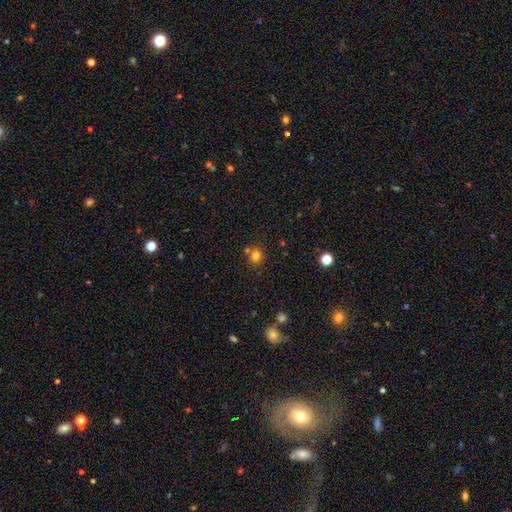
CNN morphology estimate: The model was most divided on "merging": none: 70%, merger: 17%, minor disturbance: 10%, major disturbance: 3%. More confident: how rounded — round (82%); smooth or featured — smooth (77%).